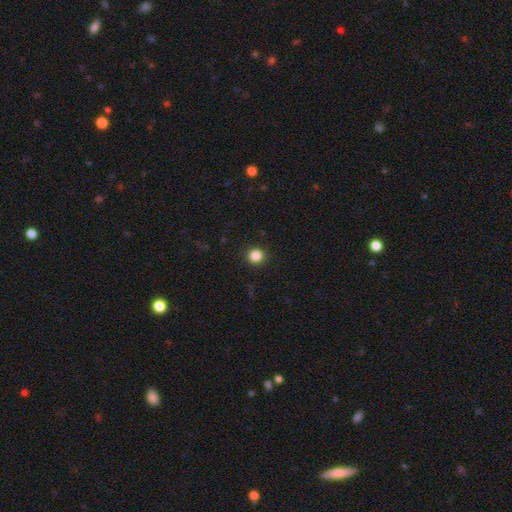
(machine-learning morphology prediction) Q: Smooth or featured?
A: smooth (85%); runner-up: star or artifact (11%)
Q: How rounded?
A: round (94%); runner-up: in between (6%)
Q: Merging?
A: none (93%); runner-up: minor disturbance (5%)